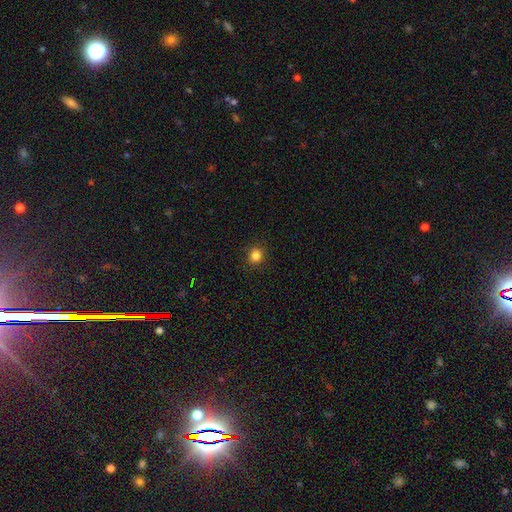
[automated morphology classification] Smooth or featured?
  - smooth: 84% *
  - star or artifact: 12%
  - featured or disk: 4%
How rounded?
  - round: 87% *
  - in between: 12%
  - cigar-shaped: 1%
Merging?
  - none: 91% *
  - minor disturbance: 6%
  - major disturbance: 2%
  - merger: 1%